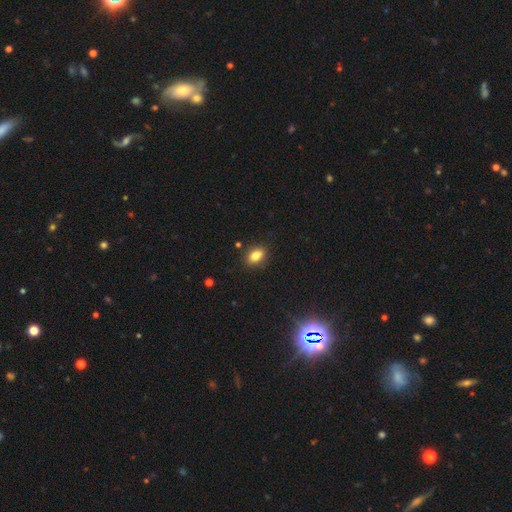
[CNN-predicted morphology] smooth-or-featured: smooth: 83% | star or artifact: 10% | featured or disk: 7%
  how-rounded: in between: 83% | round: 14% | cigar-shaped: 3%
  merging: none: 86% | minor disturbance: 10% | major disturbance: 2% | merger: 2%